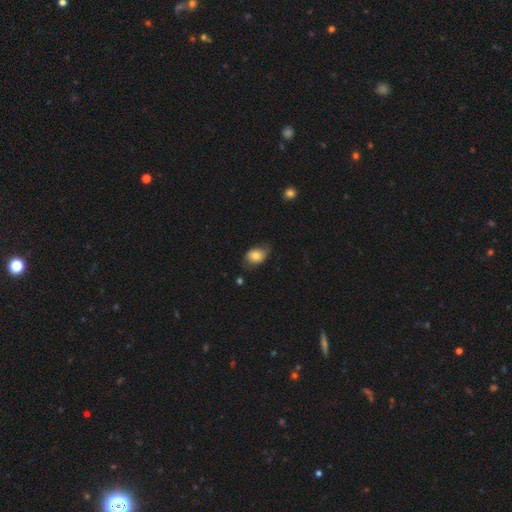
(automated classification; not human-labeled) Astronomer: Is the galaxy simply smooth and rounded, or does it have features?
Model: smooth — 77%.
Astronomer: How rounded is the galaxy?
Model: in between — 68%.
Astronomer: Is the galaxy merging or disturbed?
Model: none — 60%.